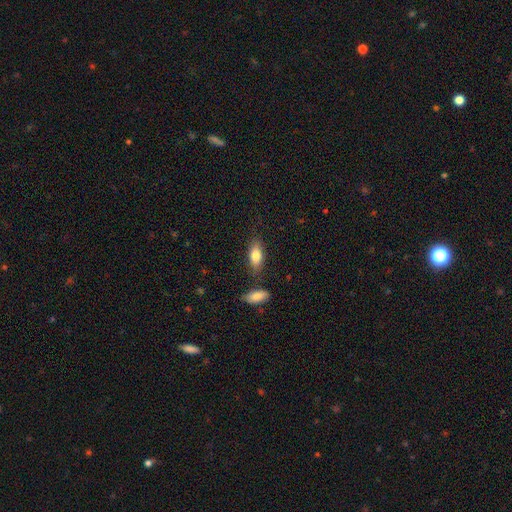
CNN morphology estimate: type=smooth (81%); roundness=in between (86%); merging=none (74%).